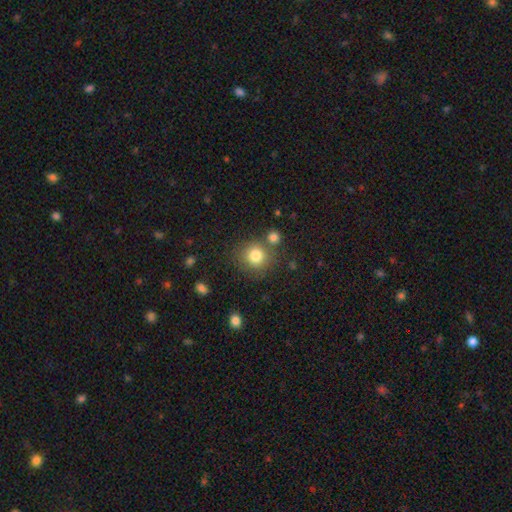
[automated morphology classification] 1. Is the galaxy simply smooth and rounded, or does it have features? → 81% smooth, 11% star or artifact, 8% featured or disk.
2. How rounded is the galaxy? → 89% round, 10% in between, 1% cigar-shaped.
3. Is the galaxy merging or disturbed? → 72% none, 14% merger, 10% minor disturbance, 4% major disturbance.